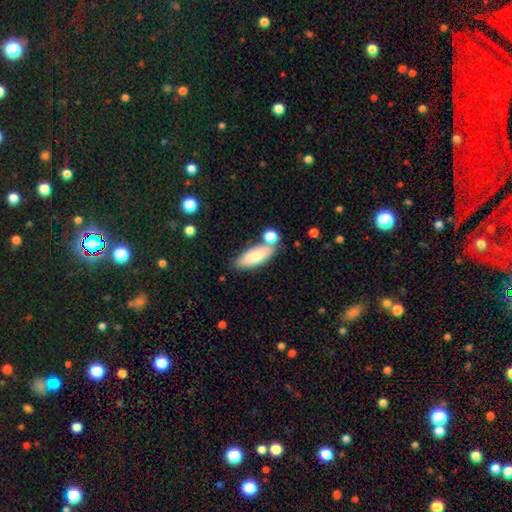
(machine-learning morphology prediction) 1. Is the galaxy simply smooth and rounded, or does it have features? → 72% smooth, 21% featured or disk, 7% star or artifact.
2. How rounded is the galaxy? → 69% in between, 28% cigar-shaped, 3% round.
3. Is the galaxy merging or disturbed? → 65% none, 16% merger, 15% minor disturbance, 4% major disturbance.